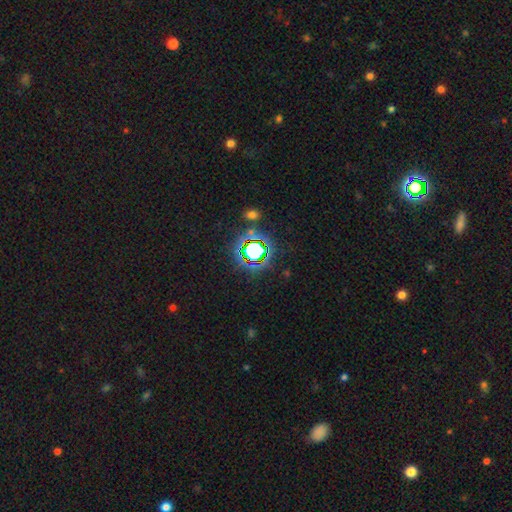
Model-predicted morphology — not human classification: This appears to be a star or artifact, not a galaxy (68%).